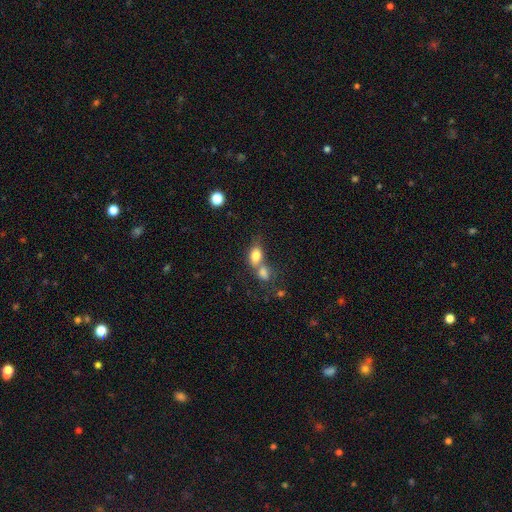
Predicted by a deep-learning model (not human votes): Overall: smooth (78%). How rounded: in between (76%). Merging: merger (55%; none 29%).